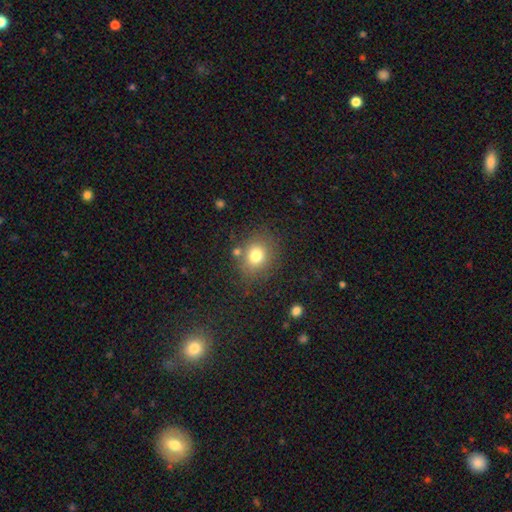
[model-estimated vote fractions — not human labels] Q: Smooth or featured?
A: smooth (77%); runner-up: star or artifact (13%)
Q: How rounded?
A: round (69%); runner-up: in between (30%)
Q: Merging?
A: none (78%); runner-up: minor disturbance (12%)